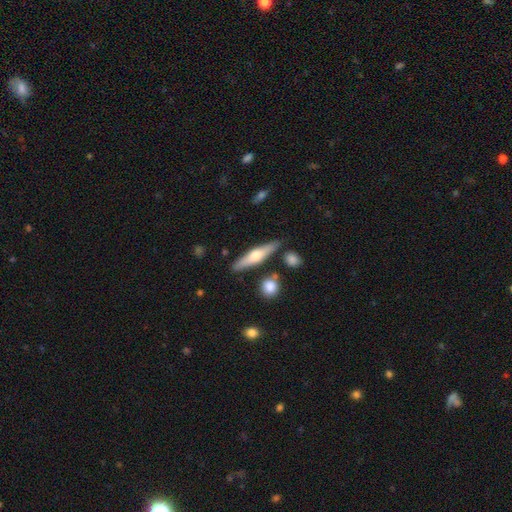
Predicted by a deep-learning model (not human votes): smooth-or-featured: featured or disk: 53% | smooth: 41% | star or artifact: 6%
  disk-edge-on: yes: 92% | no: 8%
  merging: none: 83% | minor disturbance: 10% | merger: 4% | major disturbance: 2%